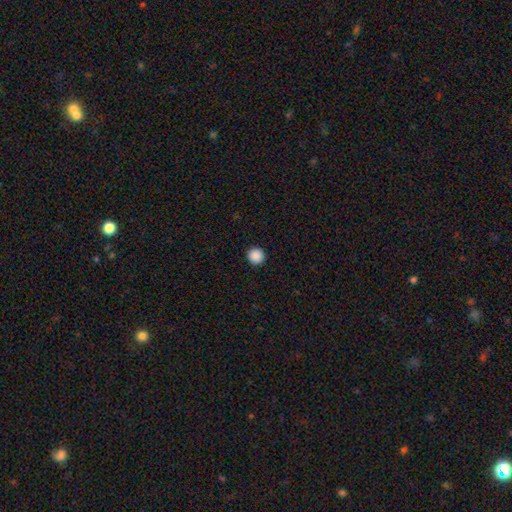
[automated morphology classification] Q: Smooth or featured?
A: smooth (89%); runner-up: star or artifact (9%)
Q: How rounded?
A: round (96%); runner-up: in between (3%)
Q: Merging?
A: none (93%); runner-up: minor disturbance (4%)